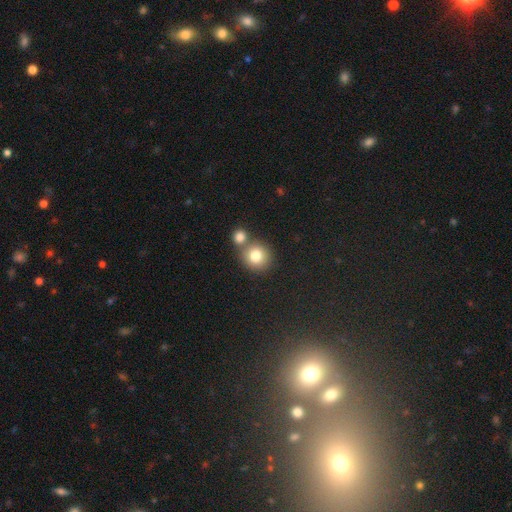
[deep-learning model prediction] A smooth galaxy with no disk features (80%) that is round (89%). Merging: none (56%).